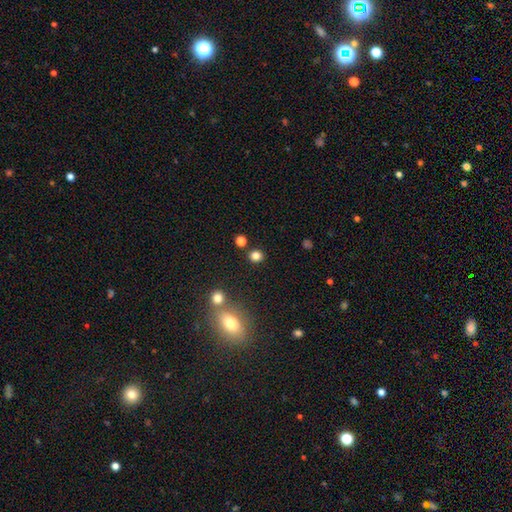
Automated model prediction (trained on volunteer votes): Smooth or featured: smooth — 80% (star or artifact — 15%)
How rounded: round — 84% (in between — 15%)
Merging: none — 84% (minor disturbance — 7%)